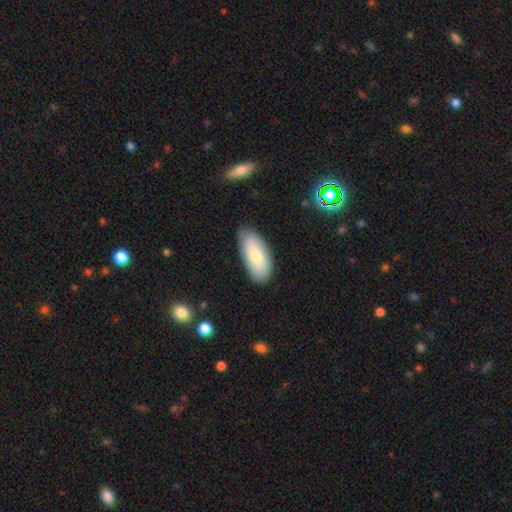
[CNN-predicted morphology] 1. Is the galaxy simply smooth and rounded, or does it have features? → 67% smooth, 27% featured or disk, 6% star or artifact.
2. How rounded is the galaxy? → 91% in between, 7% cigar-shaped, 2% round.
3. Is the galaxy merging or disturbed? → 82% none, 14% minor disturbance, 3% major disturbance, 1% merger.